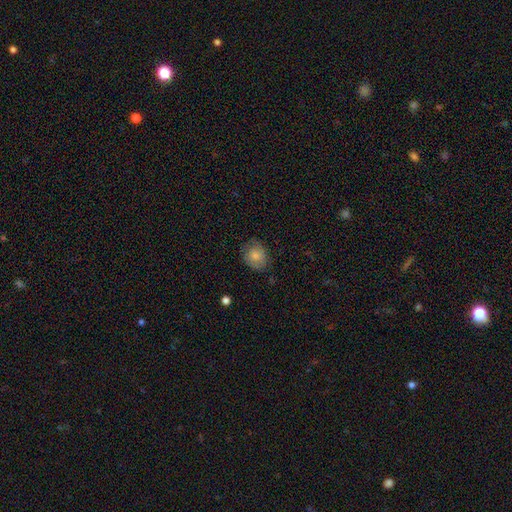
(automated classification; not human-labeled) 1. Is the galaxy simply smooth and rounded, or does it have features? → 68% smooth, 24% featured or disk, 8% star or artifact.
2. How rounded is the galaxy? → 57% round, 42% in between, 1% cigar-shaped.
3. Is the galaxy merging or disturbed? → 69% none, 23% minor disturbance, 7% major disturbance, 1% merger.